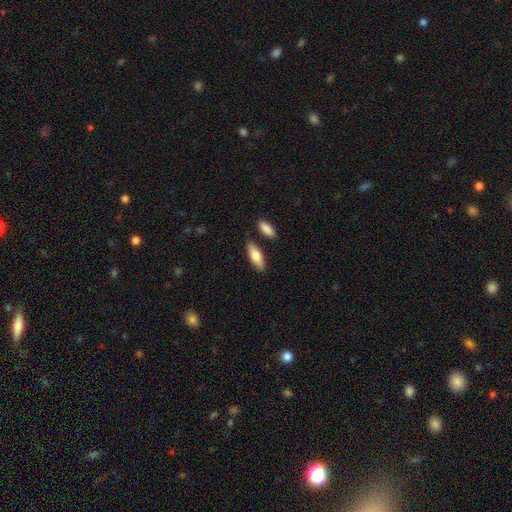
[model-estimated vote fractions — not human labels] smooth_or_featured: smooth (p=0.73) [alt: featured or disk p=0.21]
how_rounded: in between (p=0.61) [alt: cigar-shaped p=0.36]
merging: none (p=0.81) [alt: minor disturbance p=0.11]